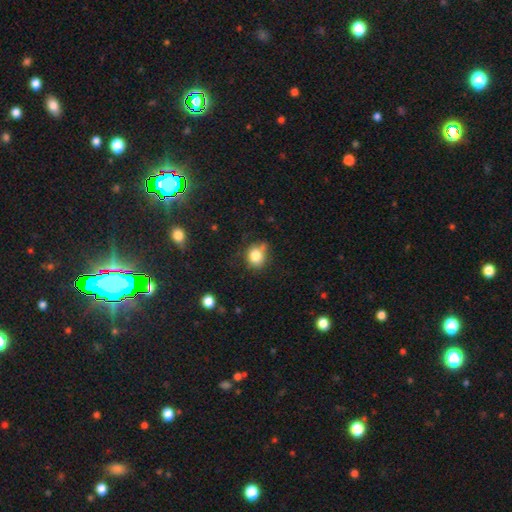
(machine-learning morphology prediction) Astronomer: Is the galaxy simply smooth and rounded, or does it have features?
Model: smooth — 81%.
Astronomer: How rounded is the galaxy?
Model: round — 70%.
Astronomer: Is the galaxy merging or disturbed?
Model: none — 60%.